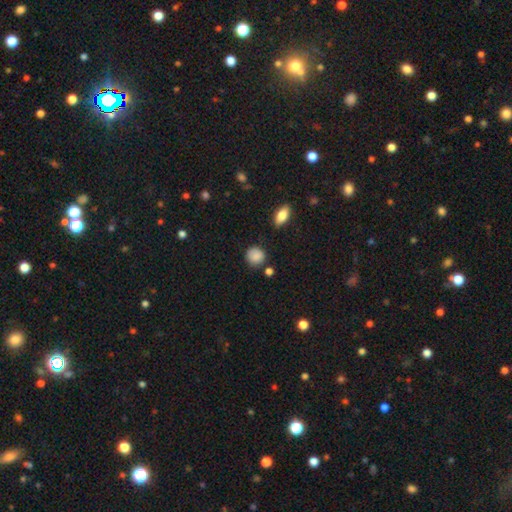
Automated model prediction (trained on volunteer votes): Smooth or featured? smooth (86%)
How rounded? round (84%)
Merging? none (78%)